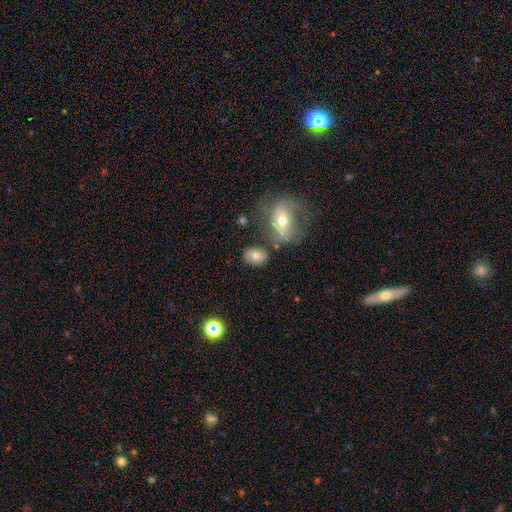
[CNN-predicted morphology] Smooth or featured? smooth (71%)
How rounded? in between (72%)
Merging? none (70%)